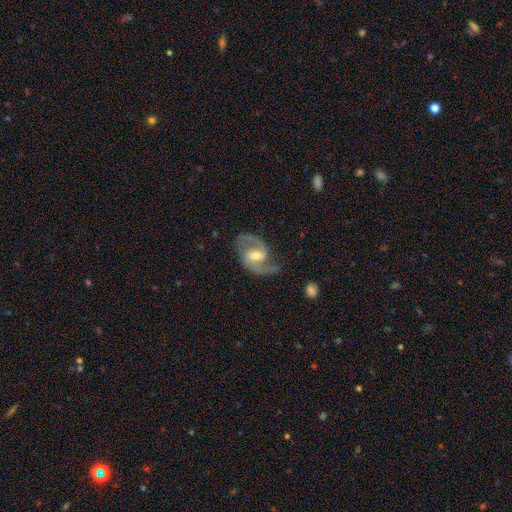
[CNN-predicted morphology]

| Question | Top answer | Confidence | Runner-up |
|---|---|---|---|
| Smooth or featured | featured or disk | 90% | smooth (5%) |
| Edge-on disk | no | 98% | yes (2%) |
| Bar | weak | 53% | strong (26%) |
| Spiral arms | yes | 97% | no (3%) |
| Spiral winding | medium | 57% | loose (29%) |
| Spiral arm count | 2 | 92% | 1 (2%) |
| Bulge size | moderate | 55% | small (39%) |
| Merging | none | 74% | minor disturbance (16%) |